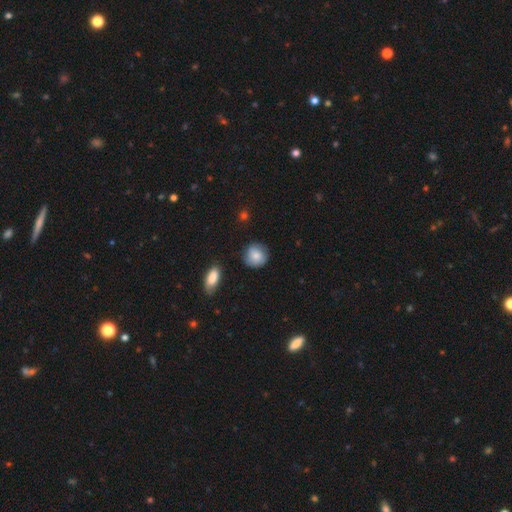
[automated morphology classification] Q: Smooth or featured?
A: smooth (81%); runner-up: featured or disk (12%)
Q: How rounded?
A: round (85%); runner-up: in between (14%)
Q: Merging?
A: none (78%); runner-up: minor disturbance (16%)